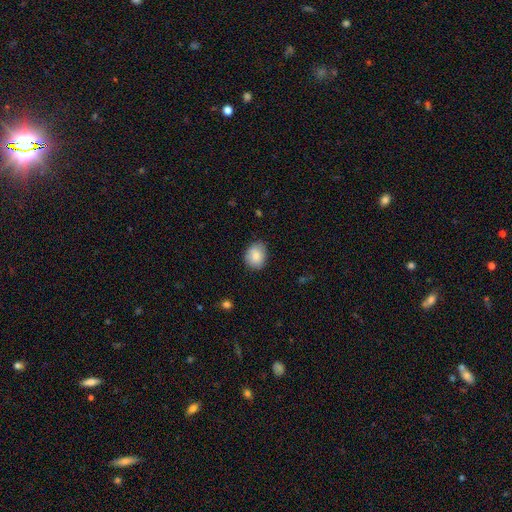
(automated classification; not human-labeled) Q: Smooth or featured?
A: smooth (86%); runner-up: featured or disk (7%)
Q: How rounded?
A: round (51%); runner-up: in between (48%)
Q: Merging?
A: none (79%); runner-up: minor disturbance (17%)